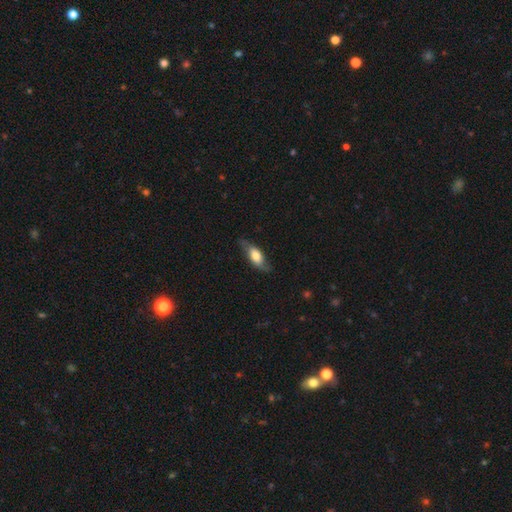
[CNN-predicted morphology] smooth_or_featured: smooth (p=0.54) [alt: featured or disk p=0.40]
how_rounded: in between (p=0.75) [alt: cigar-shaped p=0.21]
merging: none (p=0.69) [alt: minor disturbance p=0.22]